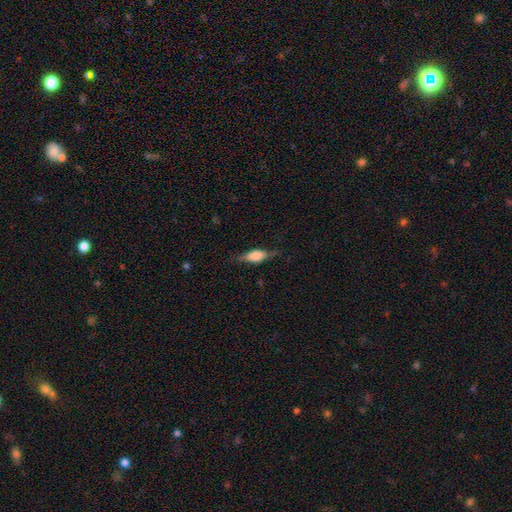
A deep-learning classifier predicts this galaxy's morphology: The model was most divided on "smooth or featured": smooth: 47%, featured or disk: 45%, star or artifact: 8%. More confident: merging — none (75%).